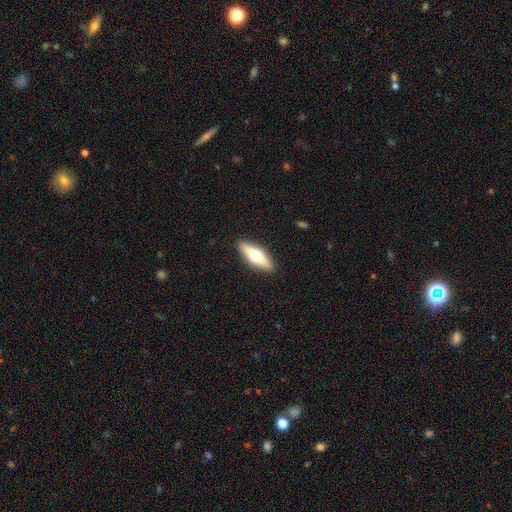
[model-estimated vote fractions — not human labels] smooth-or-featured: smooth: 49% | featured or disk: 45% | star or artifact: 6%
  merging: none: 90% | minor disturbance: 7% | major disturbance: 2% | merger: 1%